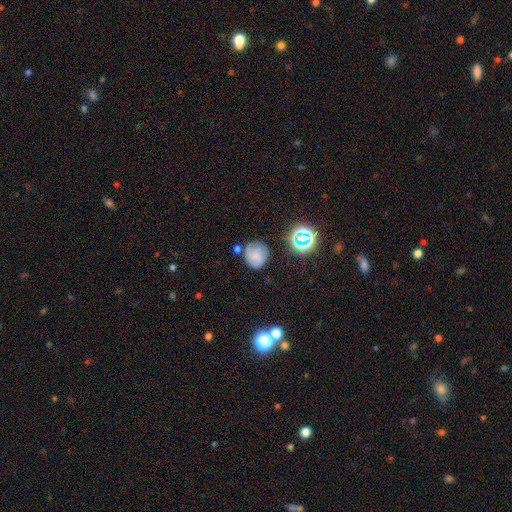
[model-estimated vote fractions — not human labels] Smooth or featured? Predicted: smooth (p=0.60). How rounded? Predicted: round (p=0.85). Merging? Predicted: none (p=0.64).